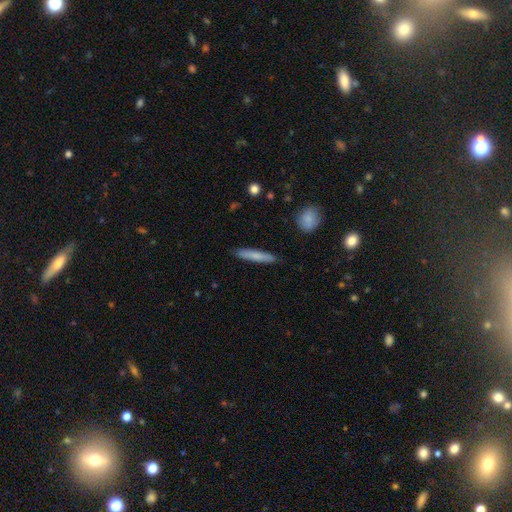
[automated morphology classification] smooth-or-featured: smooth: 73% | featured or disk: 21% | star or artifact: 6%
  how-rounded: cigar-shaped: 92% | in between: 6% | round: 2%
  merging: none: 89% | minor disturbance: 8% | major disturbance: 2% | merger: 1%